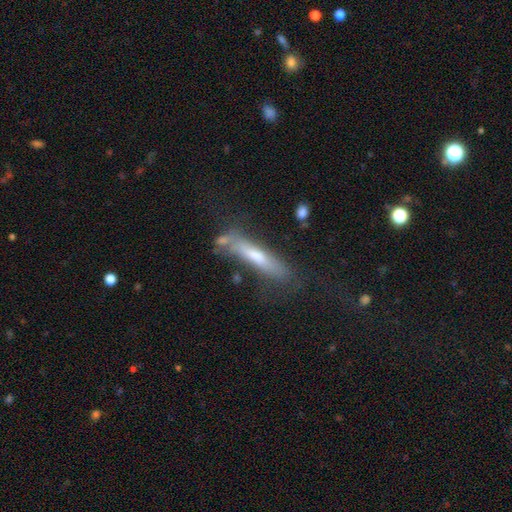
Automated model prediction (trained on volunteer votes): smooth-or-featured: smooth: 53% | featured or disk: 40% | star or artifact: 8%
  how-rounded: cigar-shaped: 86% | in between: 12% | round: 2%
  merging: none: 55% | minor disturbance: 21% | major disturbance: 13% | merger: 10%